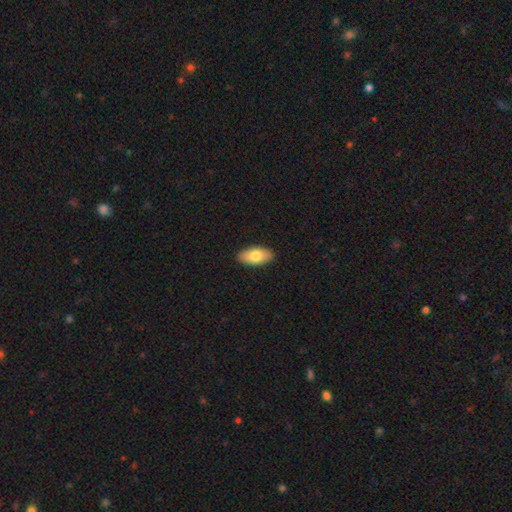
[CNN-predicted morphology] Smooth or featured: smooth — 77% (featured or disk — 17%)
How rounded: in between — 93% (cigar-shaped — 5%)
Merging: none — 90% (minor disturbance — 8%)